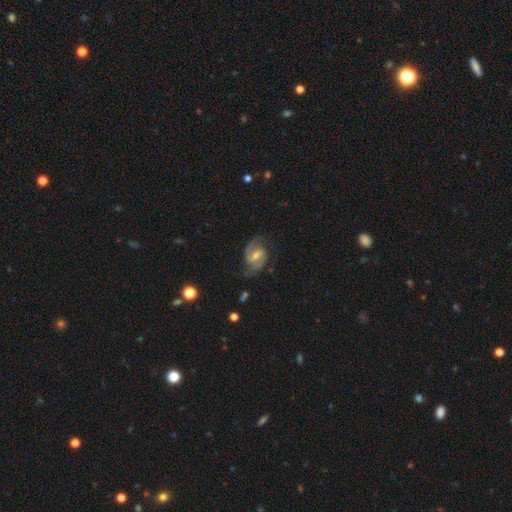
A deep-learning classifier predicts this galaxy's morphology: type=featured or disk (88%); edge-on=no (98%); bar=weak (56%); spiral arms=yes (97%); winding=medium (58%); arm count=2 (92%); bulge=moderate (49%); merging=none (77%).